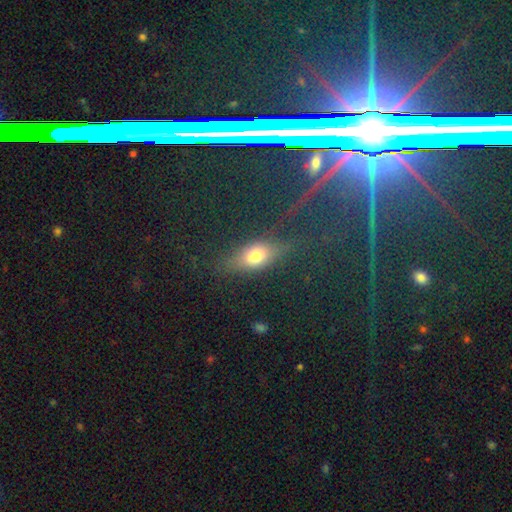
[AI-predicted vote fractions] A smooth galaxy with no disk features (65%) that is in between round and cigar-shaped (68%). Merging: none (62%).